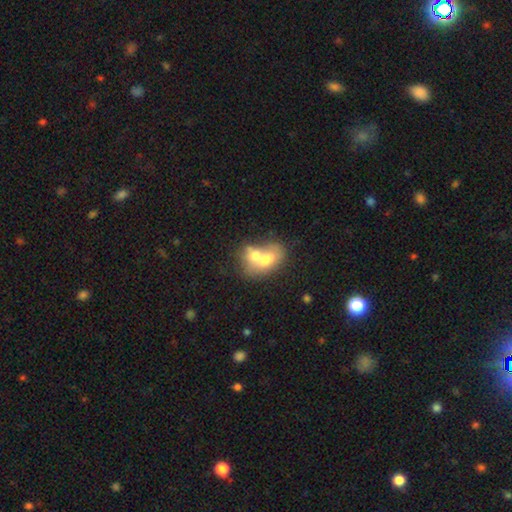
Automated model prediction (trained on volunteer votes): The model was most divided on "smooth or featured": smooth: 60%, featured or disk: 32%, star or artifact: 8%. More confident: merging — merger (75%); how rounded — in between (68%).